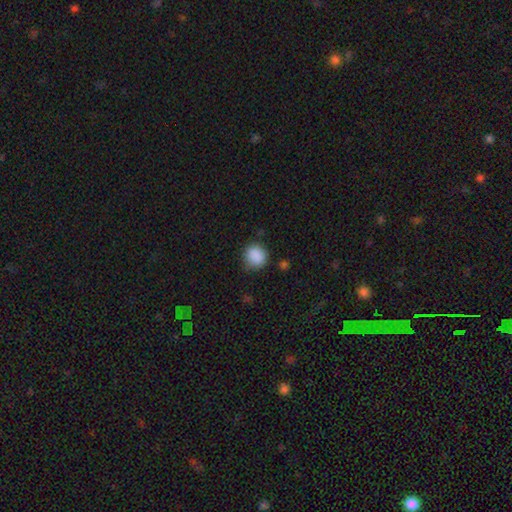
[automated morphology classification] Q: Smooth or featured?
A: smooth (88%); runner-up: star or artifact (9%)
Q: How rounded?
A: round (83%); runner-up: in between (16%)
Q: Merging?
A: none (79%); runner-up: minor disturbance (15%)